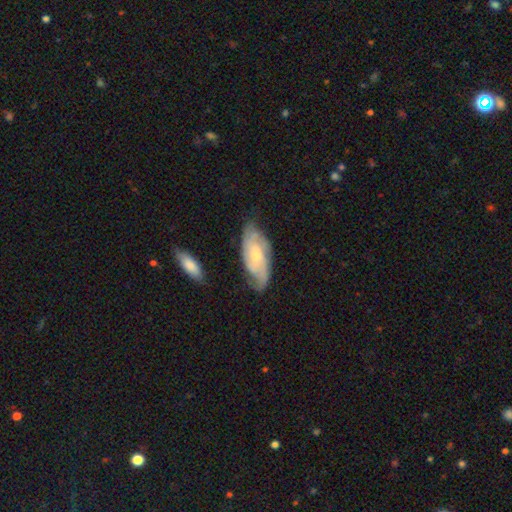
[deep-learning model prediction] A featured or disk galaxy (71%) with no bar (66%), 2 (40%) tight (51%) spiral arms (92%) and a small central bulge (59%). Merging: none (68%).